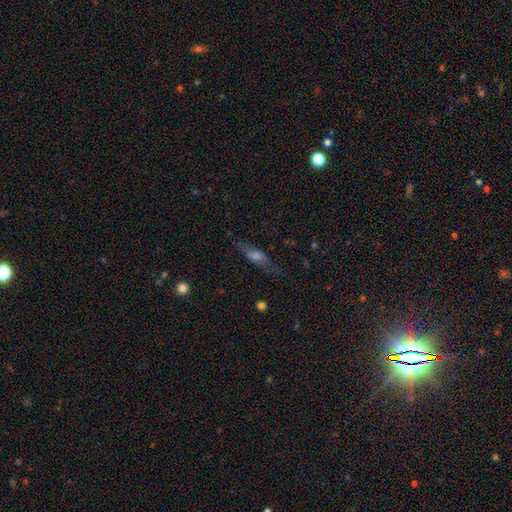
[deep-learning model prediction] Morphology: type=smooth (49%); merging=none (69%).